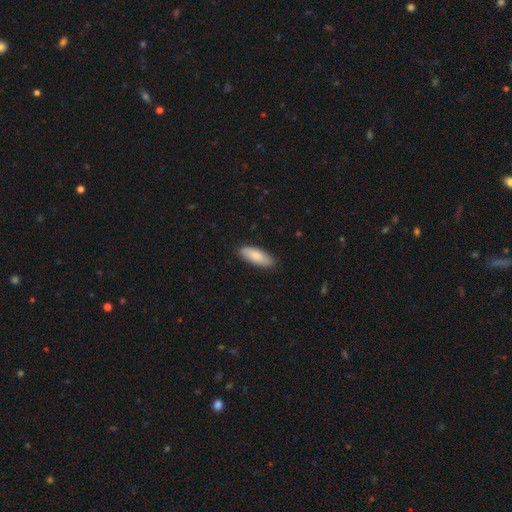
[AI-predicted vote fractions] Morphology: type=smooth (84%); roundness=in between (70%); merging=none (88%).